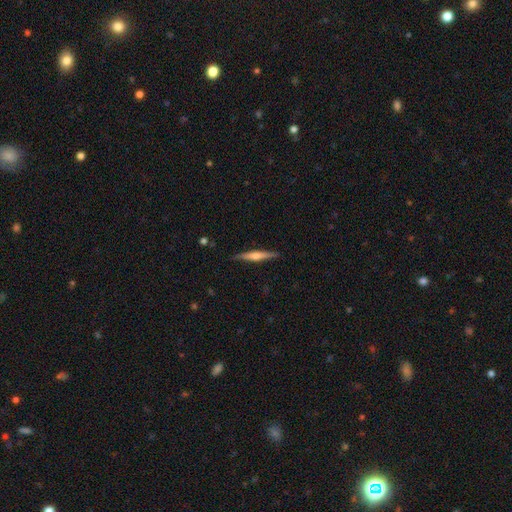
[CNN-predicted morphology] featured or disk 59%, smooth 36%, star or artifact 5%. Down the decision tree: edge-on disk — yes (97%); edge-on bulge — rounded (70%); merging — none (89%).